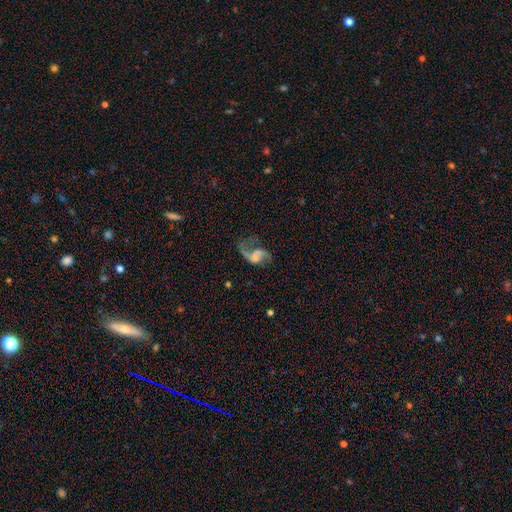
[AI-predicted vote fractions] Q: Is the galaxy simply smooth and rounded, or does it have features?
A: featured or disk — 77%.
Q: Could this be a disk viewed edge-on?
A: no — 98%.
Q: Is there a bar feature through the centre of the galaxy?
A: no — 52%.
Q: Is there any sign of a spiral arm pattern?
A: yes — 88%.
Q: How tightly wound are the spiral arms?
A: loose — 74%.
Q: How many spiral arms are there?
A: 2 — 80%.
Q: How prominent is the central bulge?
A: none — 52%.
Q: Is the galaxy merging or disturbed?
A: none — 44%.